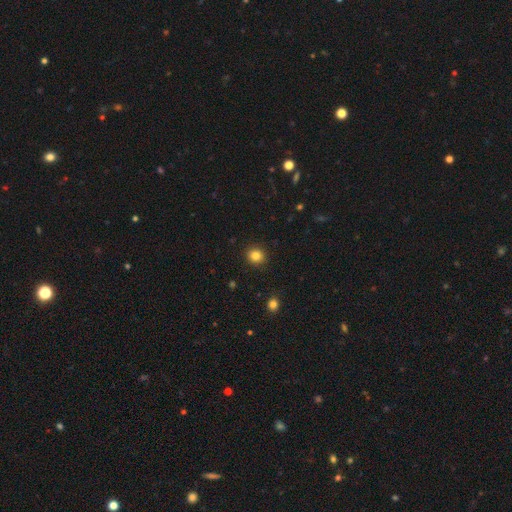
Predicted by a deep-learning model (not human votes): Overall: smooth (84%). How rounded: round (84%). Merging: none (91%).